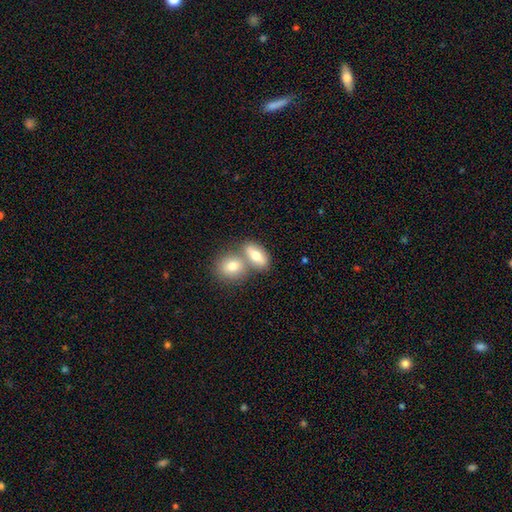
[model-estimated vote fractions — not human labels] Morphology: type=smooth (74%); roundness=in between (80%); merging=merger (48%).